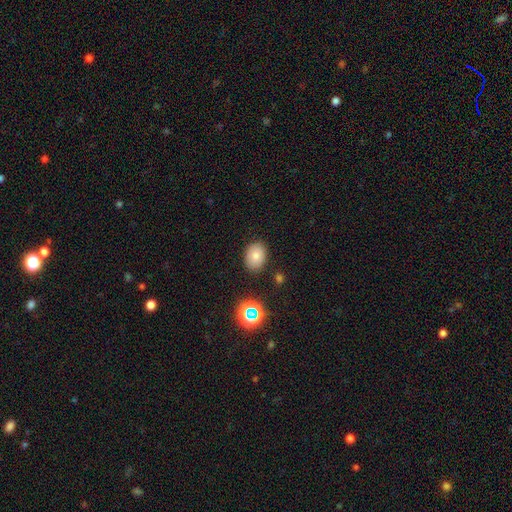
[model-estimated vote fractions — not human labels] Overall: smooth (77%). How rounded: in between (71%). Merging: none (84%).